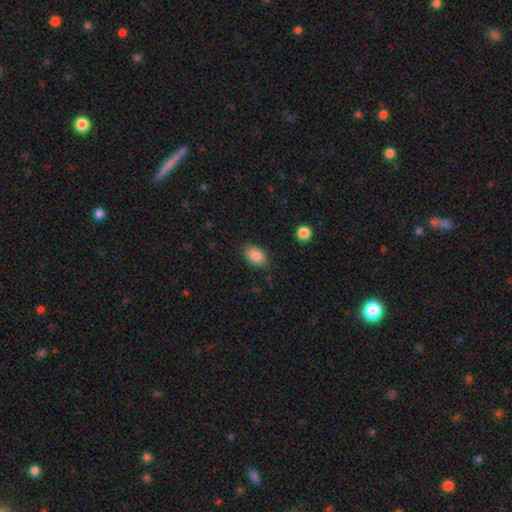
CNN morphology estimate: Q: Smooth or featured?
A: smooth (87%); runner-up: star or artifact (8%)
Q: How rounded?
A: in between (87%); runner-up: round (12%)
Q: Merging?
A: none (85%); runner-up: minor disturbance (11%)